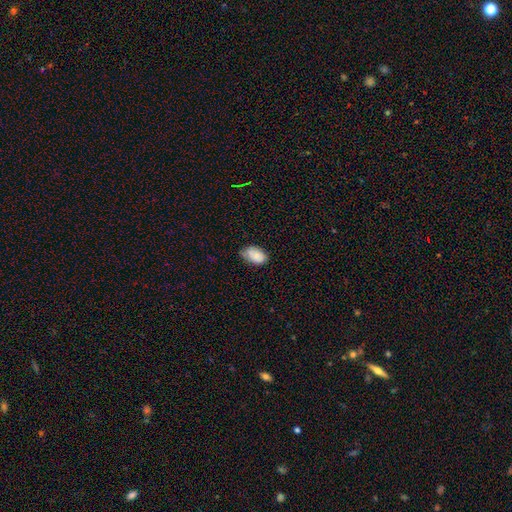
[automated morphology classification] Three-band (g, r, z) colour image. It shows a smooth galaxy with no disk features (83%) that is in between round and cigar-shaped (92%). Merging: none (62%).